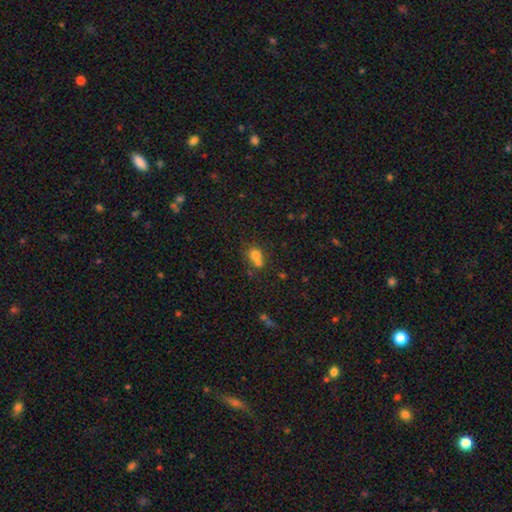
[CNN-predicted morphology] Smooth or featured?
  - smooth: 73% *
  - star or artifact: 15%
  - featured or disk: 12%
How rounded?
  - round: 73% *
  - in between: 26%
  - cigar-shaped: 1%
Merging?
  - merger: 49% *
  - none: 38%
  - minor disturbance: 9%
  - major disturbance: 4%